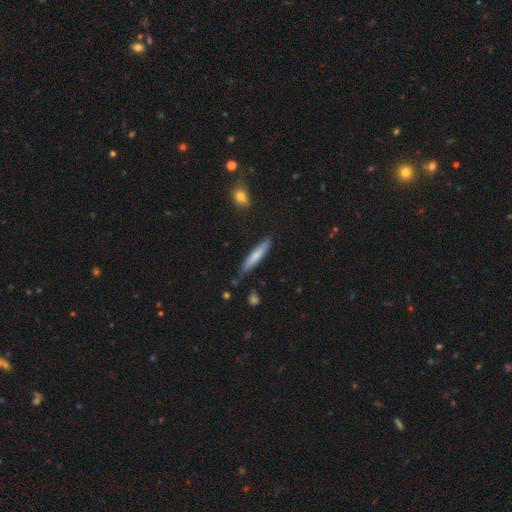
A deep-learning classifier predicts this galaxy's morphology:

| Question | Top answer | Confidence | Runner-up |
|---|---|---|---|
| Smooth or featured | smooth | 72% | featured or disk (23%) |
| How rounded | cigar-shaped | 91% | in between (8%) |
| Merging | none | 81% | minor disturbance (15%) |